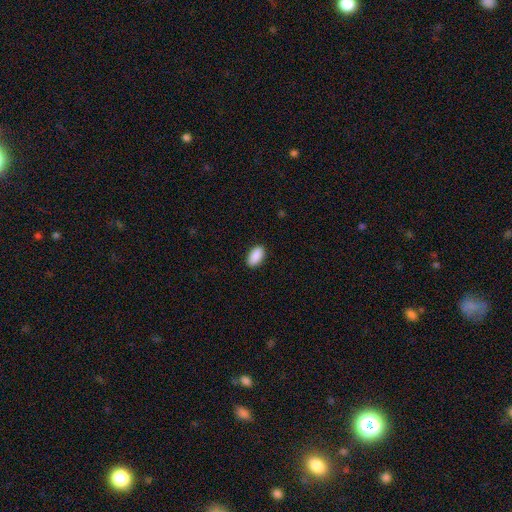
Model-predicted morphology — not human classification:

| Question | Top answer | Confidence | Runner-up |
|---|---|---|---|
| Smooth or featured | smooth | 91% | star or artifact (7%) |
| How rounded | in between | 94% | round (4%) |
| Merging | none | 89% | minor disturbance (9%) |